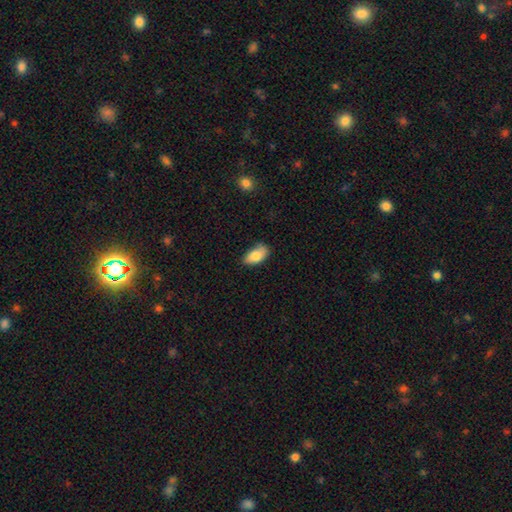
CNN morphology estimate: Smooth or featured: smooth — 81% (featured or disk — 12%)
How rounded: in between — 93% (round — 4%)
Merging: none — 65% (minor disturbance — 28%)